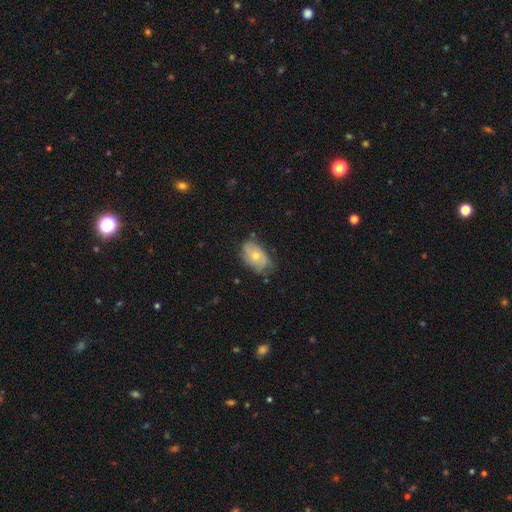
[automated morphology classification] Smooth or featured: smooth — 46% (featured or disk — 44%)
Merging: none — 66% (minor disturbance — 27%)